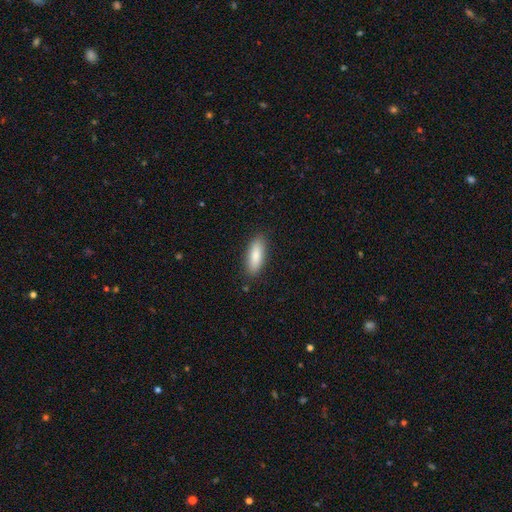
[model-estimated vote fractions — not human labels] smooth-or-featured: smooth: 84% | featured or disk: 10% | star or artifact: 6%
  how-rounded: in between: 62% | cigar-shaped: 36% | round: 2%
  merging: none: 87% | minor disturbance: 10% | major disturbance: 2% | merger: 1%